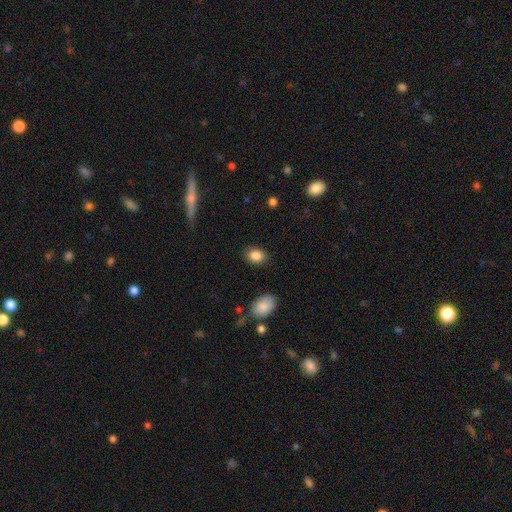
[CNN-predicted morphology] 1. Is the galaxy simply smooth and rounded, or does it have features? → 86% smooth, 9% star or artifact, 5% featured or disk.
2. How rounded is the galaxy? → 71% in between, 27% round, 1% cigar-shaped.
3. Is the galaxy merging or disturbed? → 86% none, 10% minor disturbance, 3% major disturbance, 1% merger.